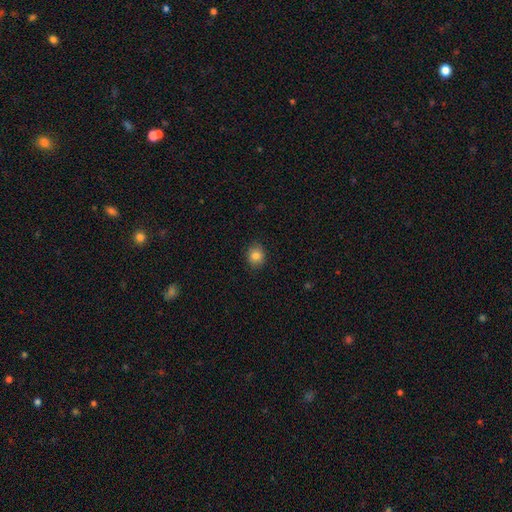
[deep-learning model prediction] Smooth or featured? Predicted: smooth (p=0.83). How rounded? Predicted: round (p=0.74). Merging? Predicted: none (p=0.87).